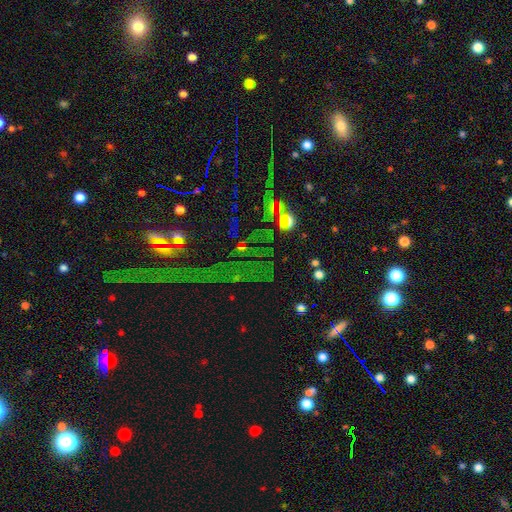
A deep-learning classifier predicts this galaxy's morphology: star or artifact 71%, smooth 16%, featured or disk 13%.